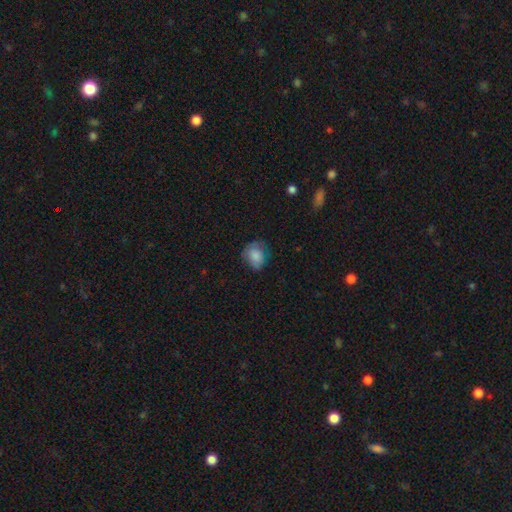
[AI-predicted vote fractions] A smooth galaxy with no disk features (82%) that is round (53%). Merging: none (59%).